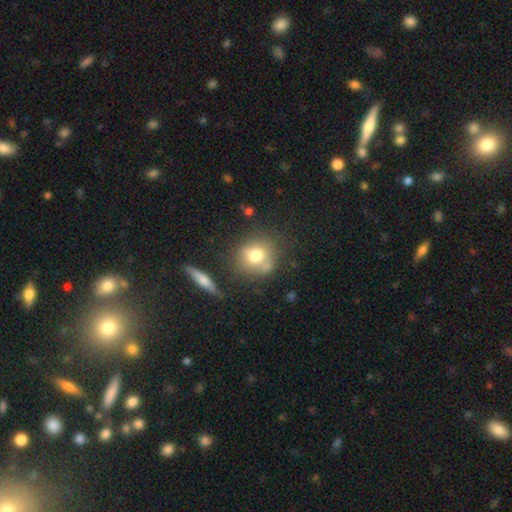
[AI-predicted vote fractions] A smooth galaxy with no disk features (71%) that is round (79%).

Vote fractions:
- Smooth or featured? smooth: 71% / featured or disk: 18% / star or artifact: 11%
- How rounded? round: 79% / in between: 19% / cigar-shaped: 2%
- Merging? none: 67% / minor disturbance: 18% / merger: 8% / major disturbance: 7%